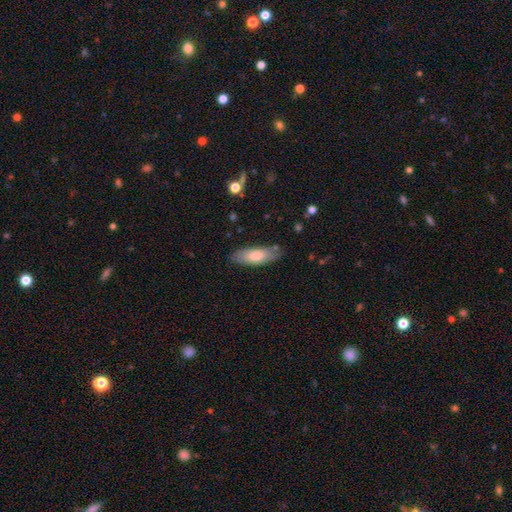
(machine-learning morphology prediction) A smooth galaxy with no disk features (72%) that is in between round and cigar-shaped (63%).

Vote fractions:
- Smooth or featured? smooth: 72% / featured or disk: 22% / star or artifact: 6%
- How rounded? in between: 63% / cigar-shaped: 35% / round: 2%
- Merging? none: 80% / minor disturbance: 15% / major disturbance: 3% / merger: 2%